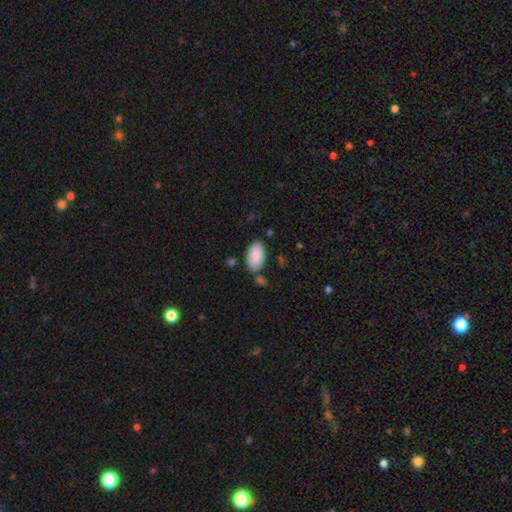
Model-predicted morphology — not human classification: smooth-or-featured: smooth: 90% | star or artifact: 6% | featured or disk: 4%
  how-rounded: in between: 95% | round: 3% | cigar-shaped: 2%
  merging: none: 73% | minor disturbance: 15% | merger: 8% | major disturbance: 4%